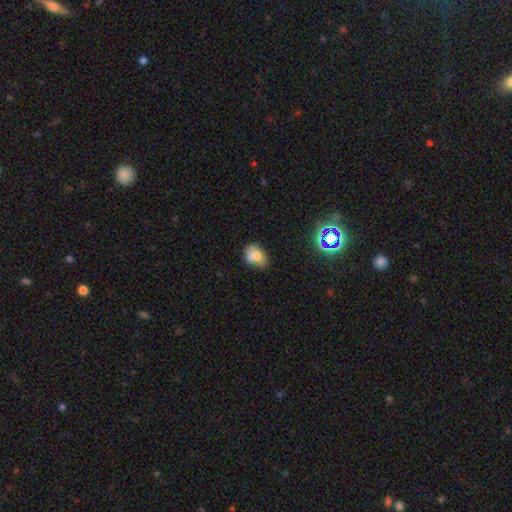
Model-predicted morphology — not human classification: smooth_or_featured: smooth (p=0.76) [alt: featured or disk p=0.12]
how_rounded: in between (p=0.70) [alt: round p=0.29]
merging: none (p=0.63) [alt: minor disturbance p=0.29]